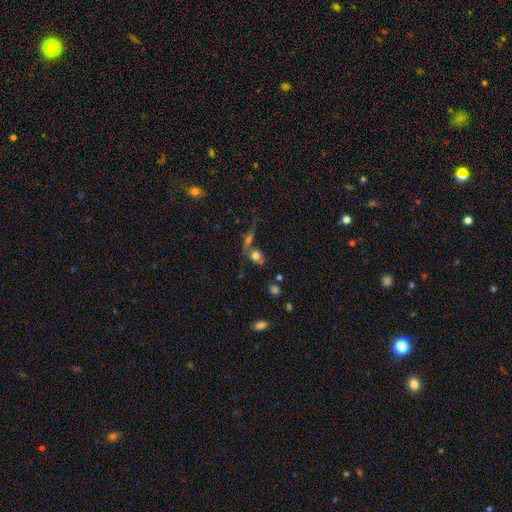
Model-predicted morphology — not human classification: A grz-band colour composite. It shows a smooth galaxy with no disk features (68%) that is round (61%). Merging: merger (49%).